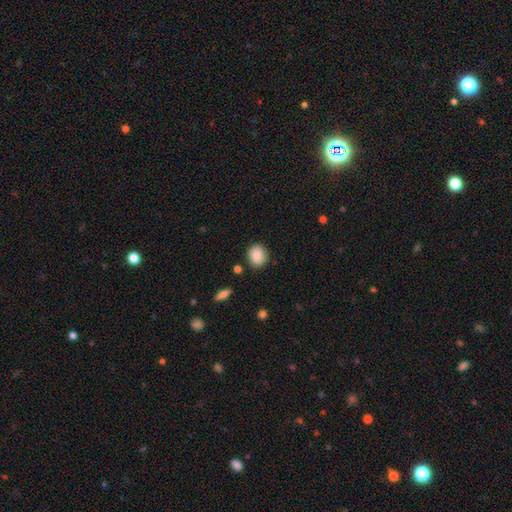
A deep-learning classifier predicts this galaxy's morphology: This is clearly a smooth galaxy (84%). How rounded: likely round (78%). Merging: clearly none (86%).